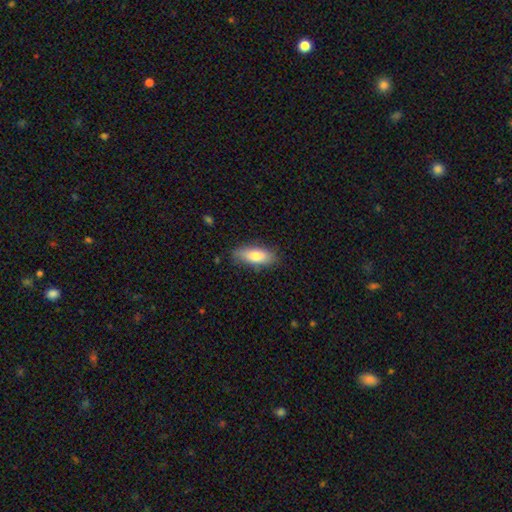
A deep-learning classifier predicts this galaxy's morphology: The model was most divided on "how rounded": in between: 71%, cigar-shaped: 26%, round: 3%. More confident: merging — none (79%); smooth or featured — smooth (77%).